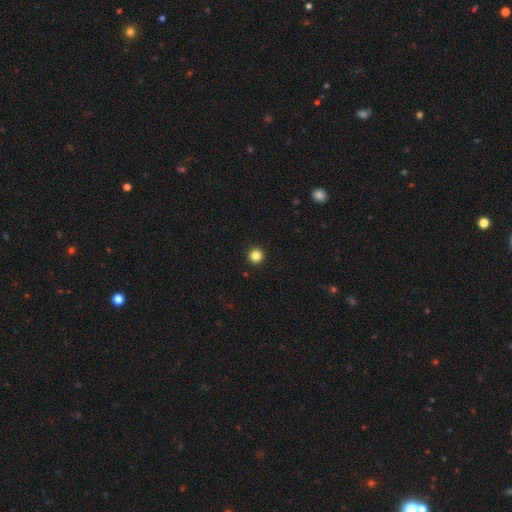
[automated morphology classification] A smooth galaxy with no disk features (85%) that is round (96%).

Vote fractions:
- Smooth or featured? smooth: 85% / star or artifact: 12% / featured or disk: 4%
- How rounded? round: 96% / in between: 3% / cigar-shaped: 1%
- Merging? none: 94% / minor disturbance: 4% / major disturbance: 1% / merger: 1%